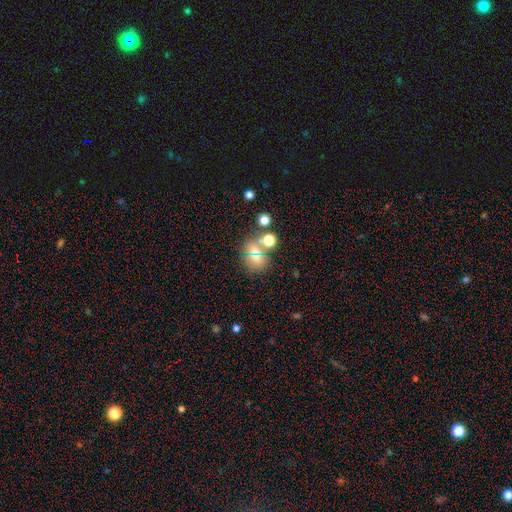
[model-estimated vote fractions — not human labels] A smooth galaxy with no disk features (61%) that is round (67%). Merging: none (62%).